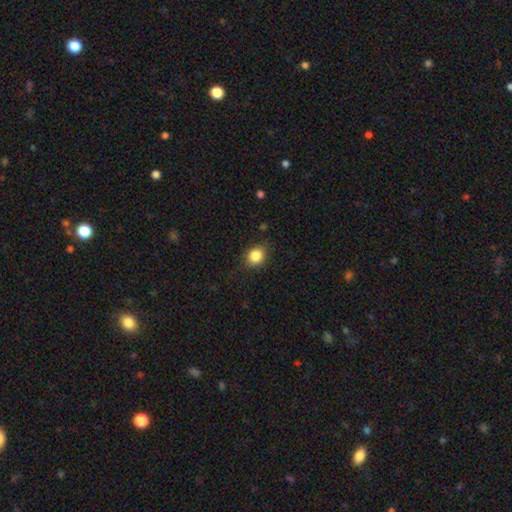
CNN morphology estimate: Smooth or featured? smooth (85%)
How rounded? round (63%)
Merging? none (83%)